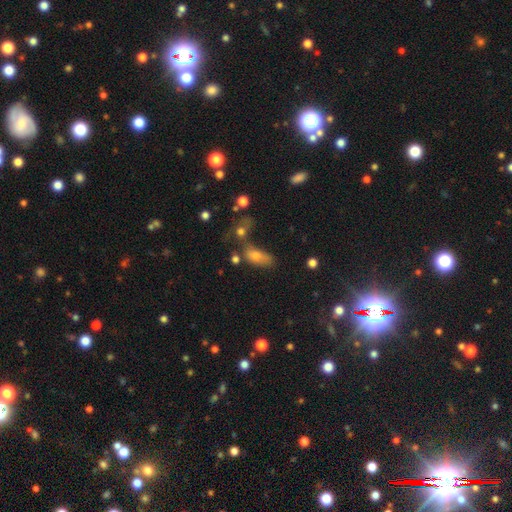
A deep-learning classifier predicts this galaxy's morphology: smooth 67%, featured or disk 17%, star or artifact 16%. Down the decision tree: how rounded — in between (83%); merging — none (35%).